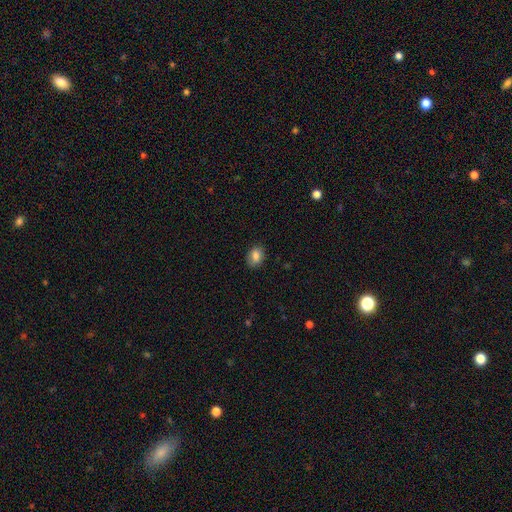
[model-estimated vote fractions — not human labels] smooth 83%, star or artifact 9%, featured or disk 8%. Down the decision tree: how rounded — in between (67%); merging — none (84%).